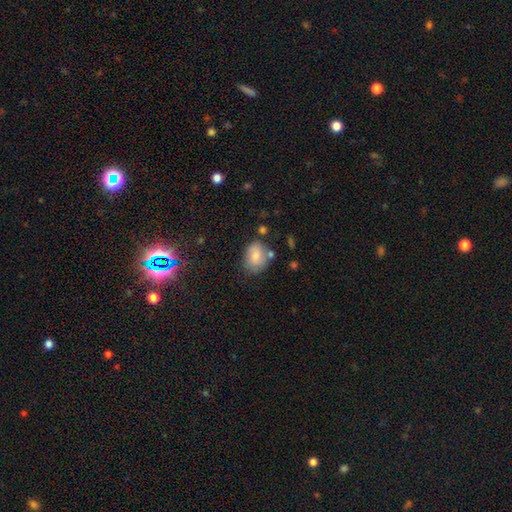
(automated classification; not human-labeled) The model was most divided on "how rounded": in between: 61%, round: 38%, cigar-shaped: 1%. More confident: smooth or featured — smooth (75%); merging — none (63%).